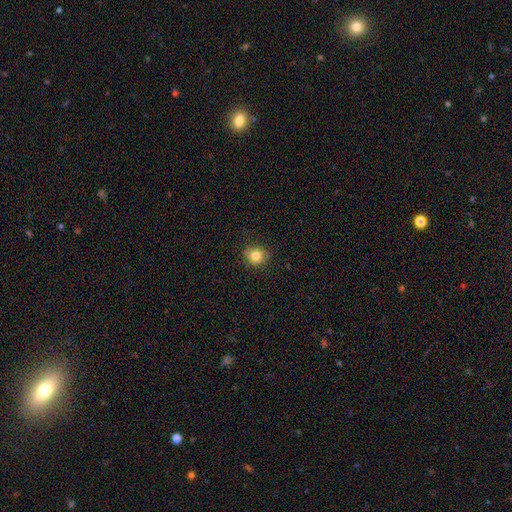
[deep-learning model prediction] A smooth galaxy with no disk features (82%) that is round (79%). Merging: none (80%).